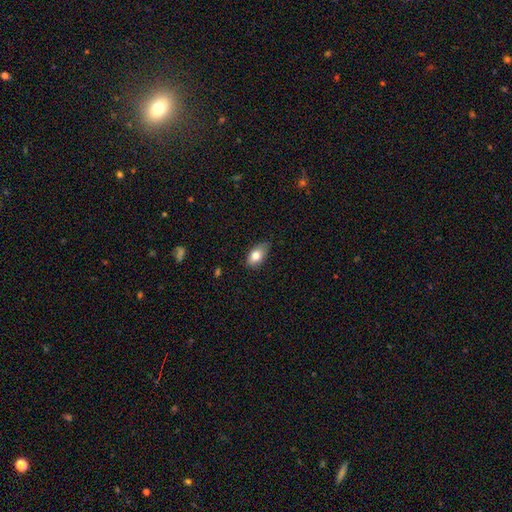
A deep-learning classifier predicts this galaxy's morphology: This is likely a smooth galaxy (77%). How rounded: clearly in between (87%). Merging: likely none (67%).